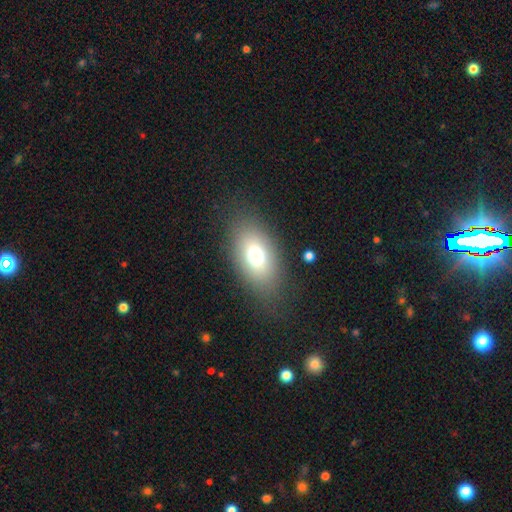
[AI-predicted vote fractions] A smooth galaxy with no disk features (71%) that is in between round and cigar-shaped (84%). Merging: none (77%).